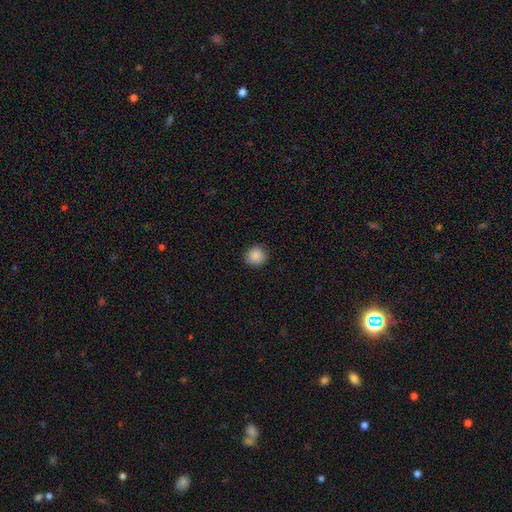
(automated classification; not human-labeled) smooth 88%, star or artifact 9%, featured or disk 3%. Down the decision tree: how rounded — round (92%); merging — none (90%).